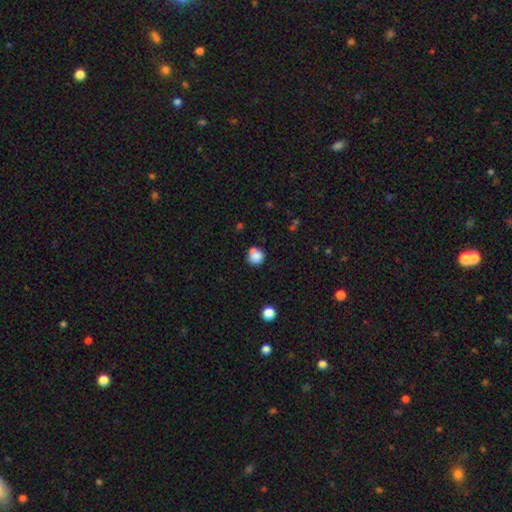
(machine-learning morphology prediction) Overall: smooth (83%). How rounded: round (89%). Merging: none (64%).